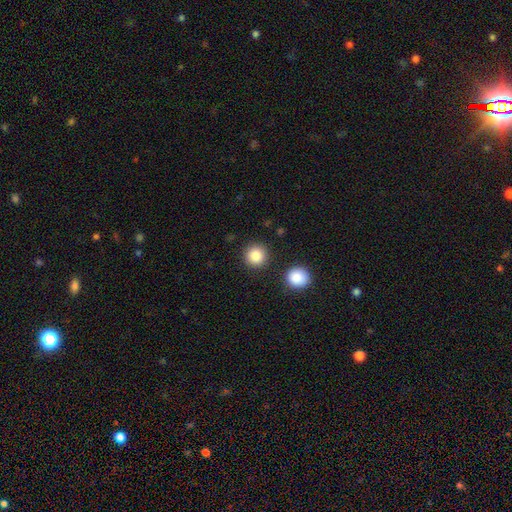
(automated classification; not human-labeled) Smooth or featured? Predicted: smooth (p=0.85). How rounded? Predicted: round (p=0.95). Merging? Predicted: none (p=0.88).